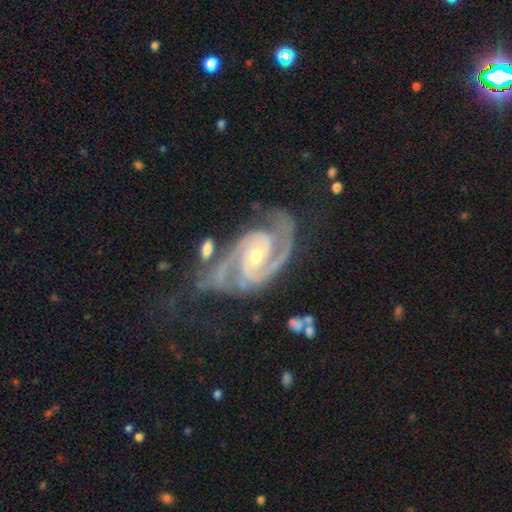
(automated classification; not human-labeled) Q: Smooth or featured?
A: featured or disk (93%); runner-up: star or artifact (4%)
Q: Edge-on disk?
A: no (98%); runner-up: yes (2%)
Q: Bar?
A: no (55%); runner-up: weak (30%)
Q: Spiral arms?
A: yes (99%); runner-up: no (1%)
Q: Spiral winding?
A: tight (56%); runner-up: medium (39%)
Q: Spiral arm count?
A: 2 (77%); runner-up: 3 (13%)
Q: Bulge size?
A: small (58%); runner-up: moderate (39%)
Q: Merging?
A: none (56%); runner-up: minor disturbance (24%)